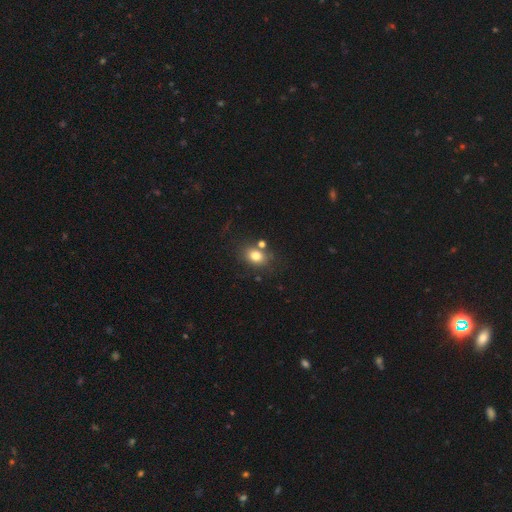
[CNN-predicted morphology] smooth_or_featured: smooth (p=0.78) [alt: star or artifact p=0.12]
how_rounded: in between (p=0.52) [alt: round p=0.47]
merging: none (p=0.70) [alt: minor disturbance p=0.14]